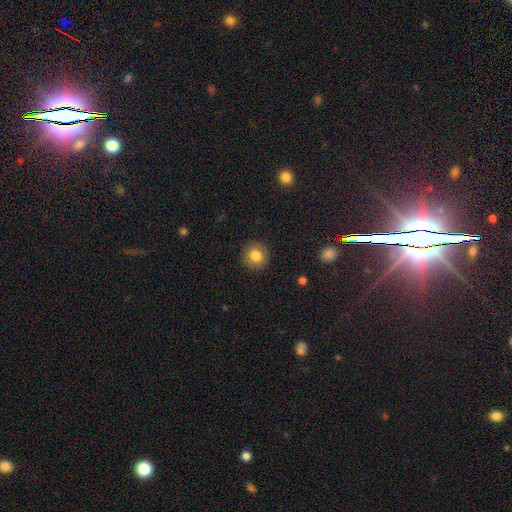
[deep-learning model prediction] smooth 82%, star or artifact 9%, featured or disk 9%. Down the decision tree: how rounded — round (89%); merging — none (90%).